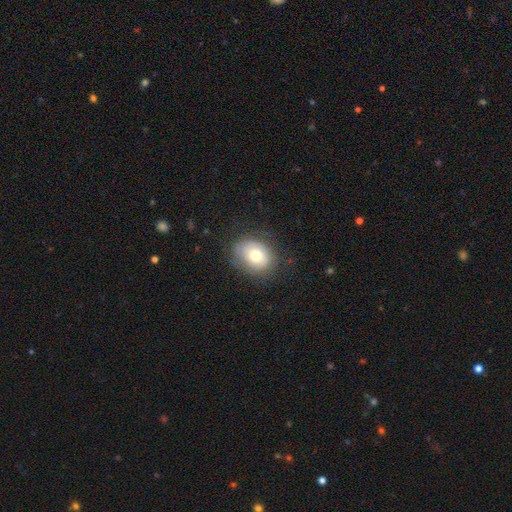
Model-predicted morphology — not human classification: Smooth or featured? Predicted: smooth (p=0.70). How rounded? Predicted: in between (p=0.52). Merging? Predicted: none (p=0.74).